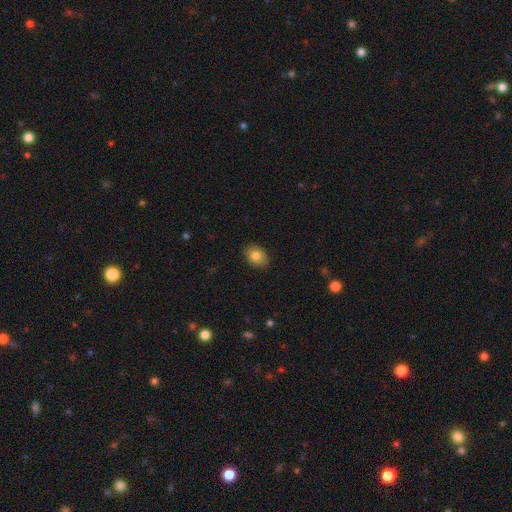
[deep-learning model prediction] Smooth or featured?
  - smooth: 82% *
  - featured or disk: 10%
  - star or artifact: 8%
How rounded?
  - in between: 69% *
  - round: 30%
  - cigar-shaped: 1%
Merging?
  - none: 87% *
  - minor disturbance: 10%
  - major disturbance: 2%
  - merger: 1%